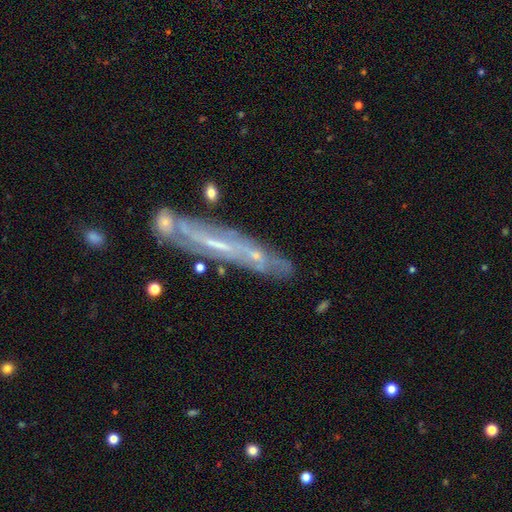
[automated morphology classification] Smooth or featured?
  - featured or disk: 65% *
  - smooth: 27%
  - star or artifact: 8%
Edge-on disk?
  - no: 62% *
  - yes: 38%
Merging?
  - none: 53% *
  - minor disturbance: 20%
  - merger: 16%
  - major disturbance: 10%